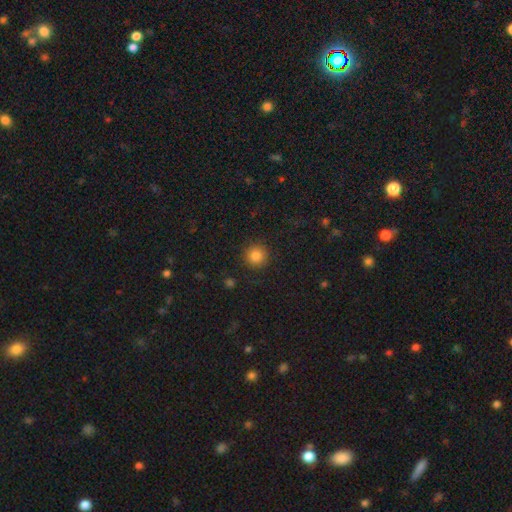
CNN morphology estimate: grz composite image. It shows a smooth galaxy with no disk features (83%) that is round (94%). Merging: none (90%).